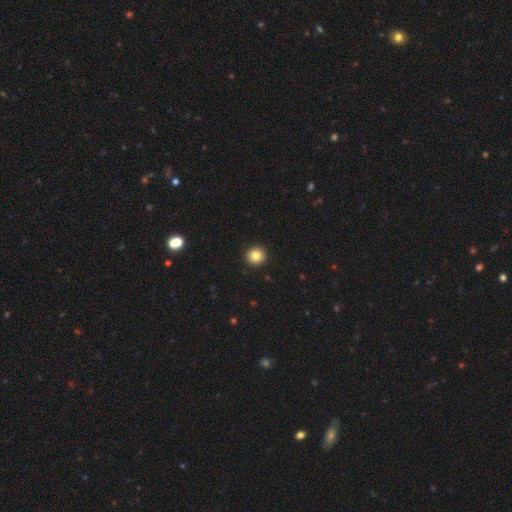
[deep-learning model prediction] Smooth or featured: smooth — 84% (star or artifact — 10%)
How rounded: round — 94% (in between — 5%)
Merging: none — 93% (minor disturbance — 4%)